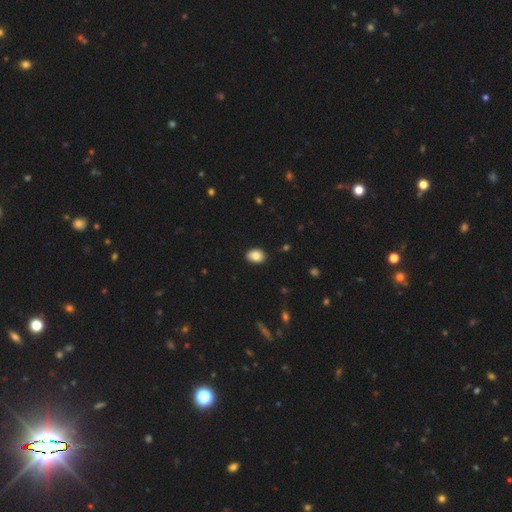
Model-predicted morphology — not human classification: Smooth or featured: smooth — 87% (star or artifact — 8%)
How rounded: in between — 75% (round — 24%)
Merging: none — 86% (minor disturbance — 11%)